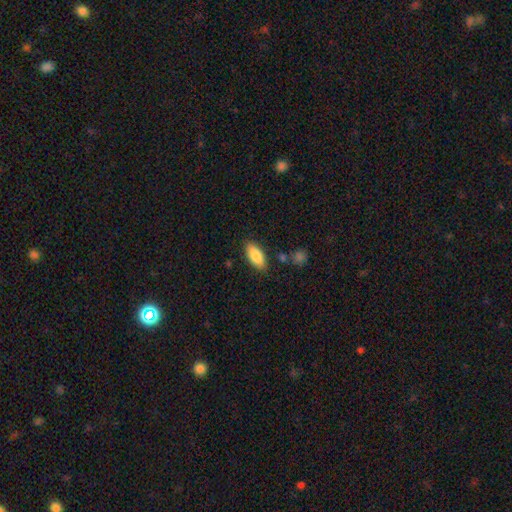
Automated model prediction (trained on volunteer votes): smooth 85%, featured or disk 8%, star or artifact 6%. Down the decision tree: how rounded — in between (86%); merging — none (84%).